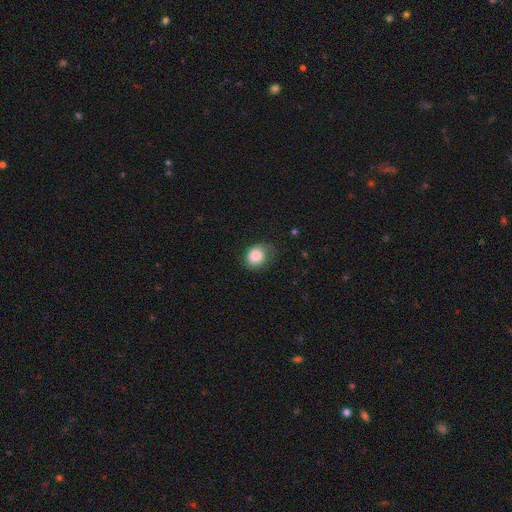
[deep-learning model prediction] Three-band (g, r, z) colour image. It shows a smooth galaxy with no disk features (83%) that is round (53%). Merging: none (50%).